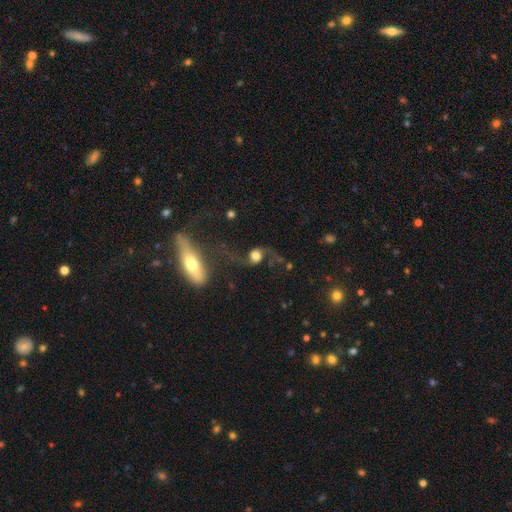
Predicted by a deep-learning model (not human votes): This appears to be a featured or disk galaxy (61%) with no bar (66%), spiral arms (87%) and a large central bulge (43%). Merging: none (51%).